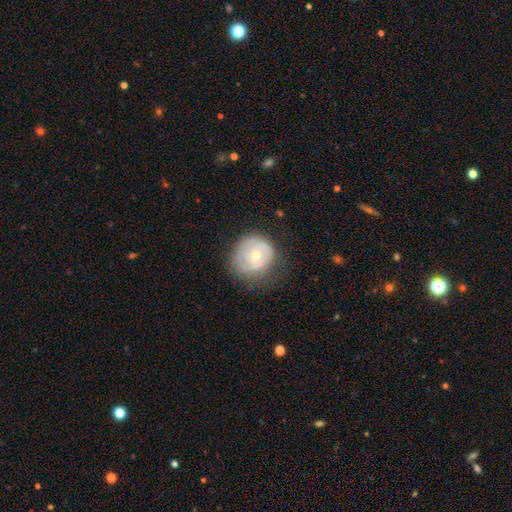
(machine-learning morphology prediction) Smooth or featured?
  - featured or disk: 56% *
  - smooth: 37%
  - star or artifact: 7%
Edge-on disk?
  - no: 97% *
  - yes: 3%
Bar?
  - no: 83% *
  - weak: 14%
  - strong: 2%
Spiral arms?
  - yes: 60% *
  - no: 40%
Bulge size?
  - small: 55% *
  - moderate: 42%
  - large: 2%
  - none: 1%
  - dominant: 1%
Merging?
  - none: 57% *
  - minor disturbance: 27%
  - major disturbance: 14%
  - merger: 1%